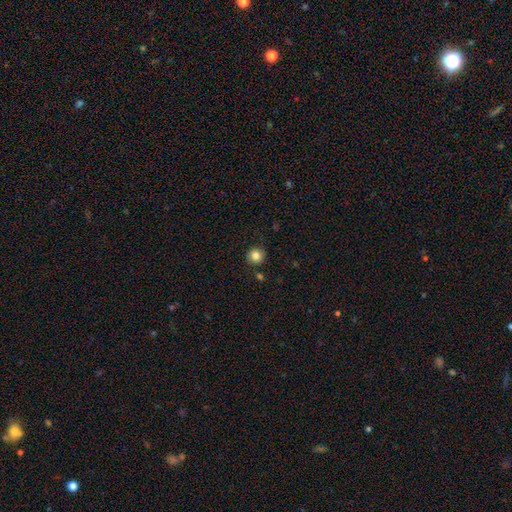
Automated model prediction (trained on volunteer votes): smooth 84%, star or artifact 10%, featured or disk 6%. Down the decision tree: how rounded — round (93%); merging — none (87%).